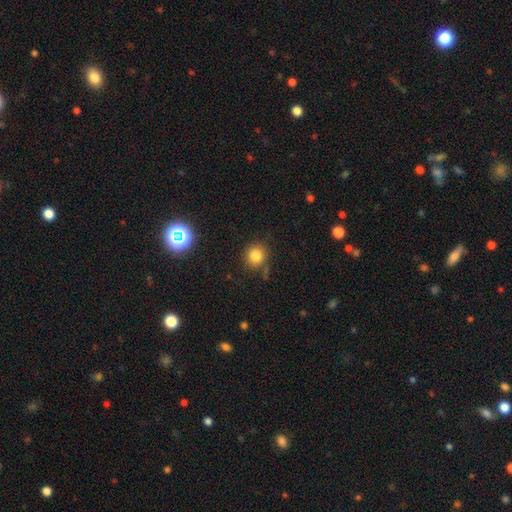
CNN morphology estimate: Smooth or featured?
  - smooth: 80% *
  - star or artifact: 14%
  - featured or disk: 6%
How rounded?
  - round: 90% *
  - in between: 9%
  - cigar-shaped: 1%
Merging?
  - none: 78% *
  - minor disturbance: 13%
  - merger: 5%
  - major disturbance: 4%